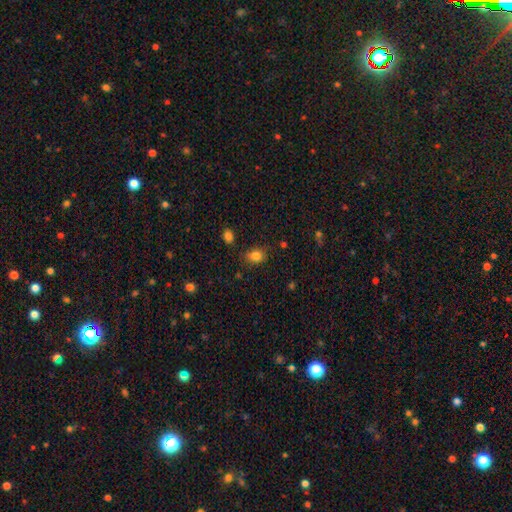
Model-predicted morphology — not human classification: Overall: smooth (83%). How rounded: in between (59%; round 40%). Merging: none (74%).